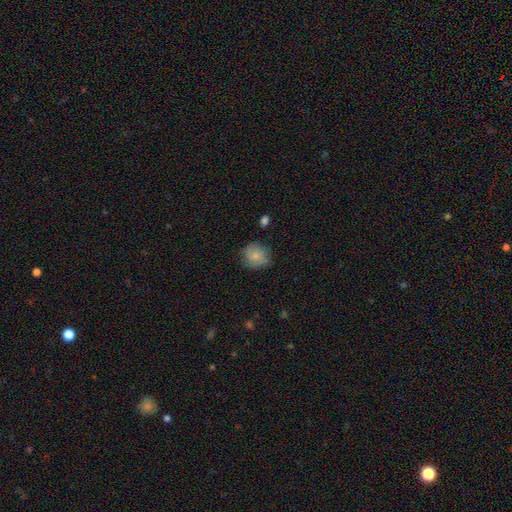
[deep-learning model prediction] Overall: smooth (77%). How rounded: round (84%). Merging: none (72%).